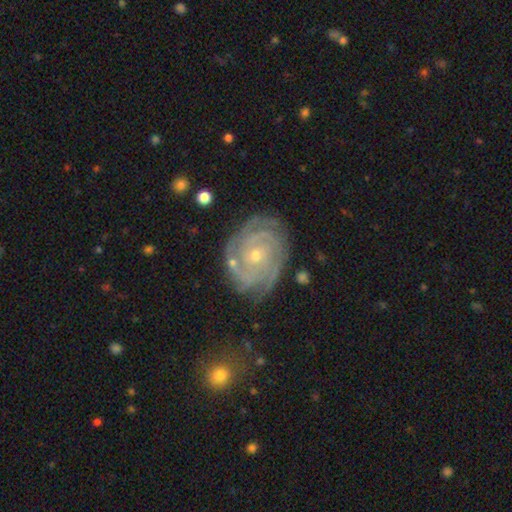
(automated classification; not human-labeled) Smooth or featured: featured or disk — 89% (smooth — 5%)
Edge-on disk: no — 97% (yes — 3%)
Bar: no — 75% (weak — 19%)
Spiral arms: yes — 98% (no — 2%)
Spiral winding: tight — 81% (medium — 16%)
Spiral arm count: 3 — 29% (2 — 25%)
Bulge size: small — 70% (moderate — 28%)
Merging: none — 74% (minor disturbance — 18%)